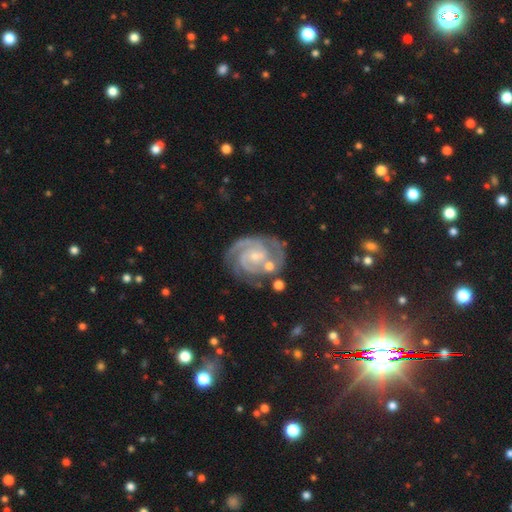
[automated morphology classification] Smooth or featured: featured or disk — 90% (smooth — 5%)
Edge-on disk: no — 98% (yes — 2%)
Bar: no — 54% (weak — 37%)
Spiral arms: yes — 98% (no — 2%)
Spiral winding: tight — 66% (medium — 30%)
Spiral arm count: 2 — 55% (3 — 23%)
Bulge size: small — 72% (moderate — 19%)
Merging: none — 63% (minor disturbance — 18%)